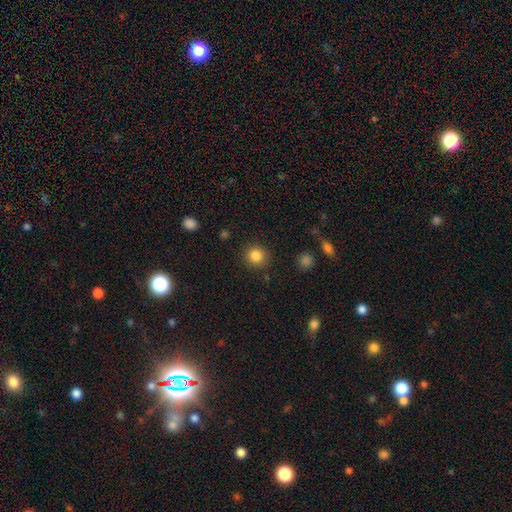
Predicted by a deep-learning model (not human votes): Smooth or featured? Predicted: smooth (p=0.85). How rounded? Predicted: round (p=0.91). Merging? Predicted: none (p=0.88).